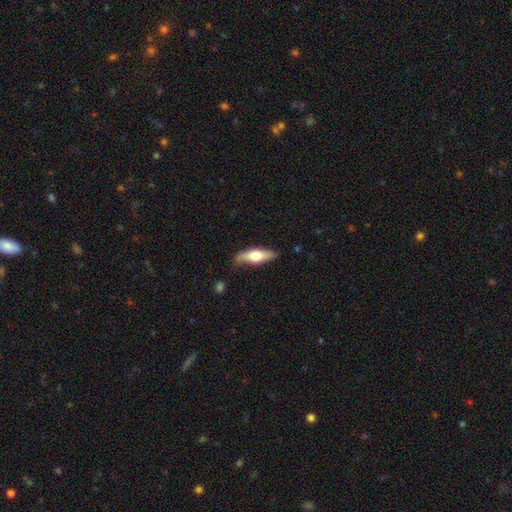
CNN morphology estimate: The model was most divided on "how rounded": cigar-shaped: 50%, in between: 48%, round: 3%. More confident: merging — none (74%); smooth or featured — smooth (57%).